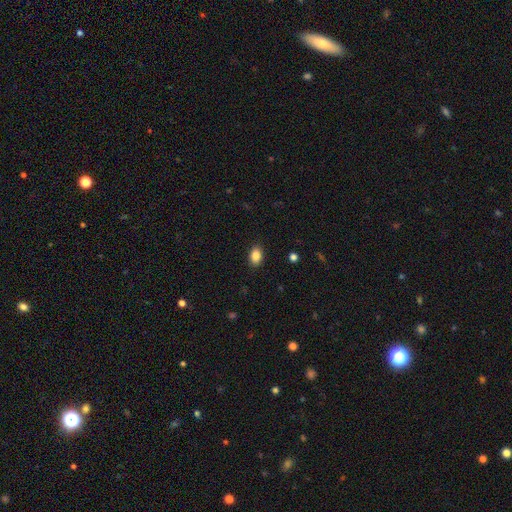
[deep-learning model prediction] Smooth or featured? smooth (87%)
How rounded? in between (83%)
Merging? none (89%)